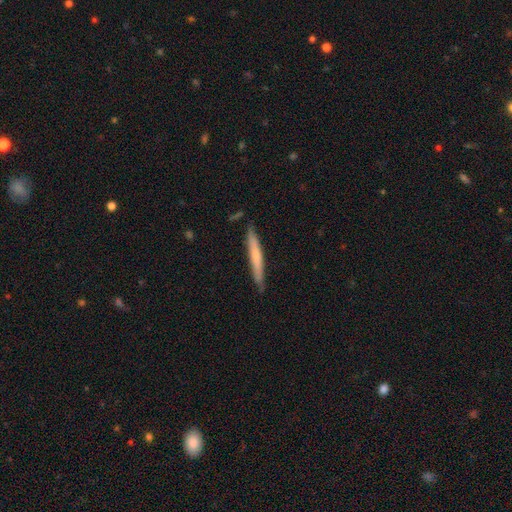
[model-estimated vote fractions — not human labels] A smooth galaxy with no disk features (56%) that is cigar-shaped (96%).

Vote fractions:
- Smooth or featured? smooth: 56% / featured or disk: 38% / star or artifact: 5%
- How rounded? cigar-shaped: 96% / in between: 3% / round: 1%
- Merging? none: 84% / minor disturbance: 13% / major disturbance: 2% / merger: 2%